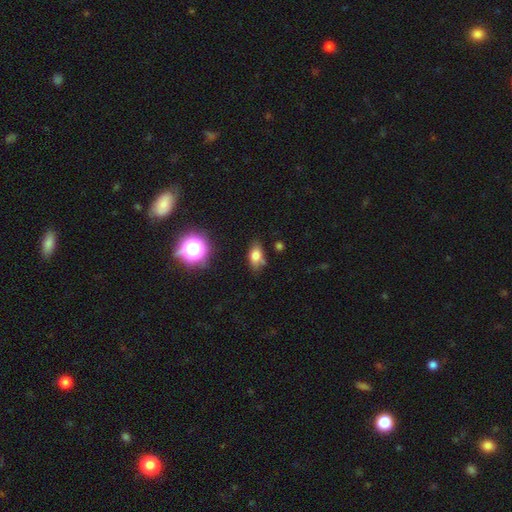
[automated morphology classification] This appears to be a smooth galaxy with no disk features (73%) that is in between round and cigar-shaped (82%). Merging: none (67%).